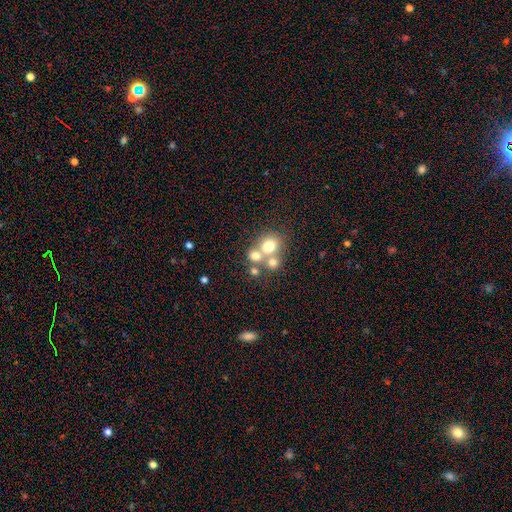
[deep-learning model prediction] smooth 66%, featured or disk 19%, star or artifact 15%. Down the decision tree: how rounded — round (73%); merging — merger (47%).